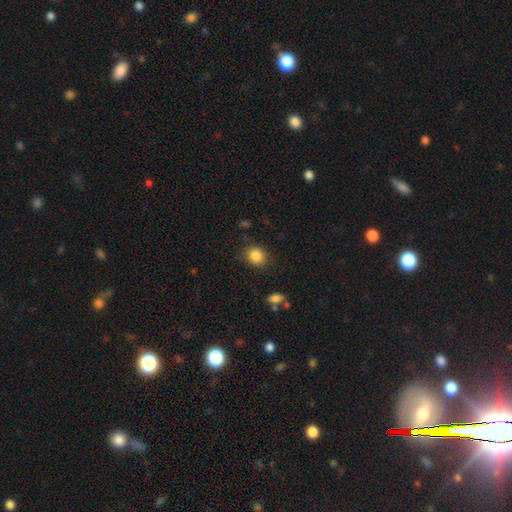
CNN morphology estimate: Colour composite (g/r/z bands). It shows a smooth galaxy with no disk features (86%) that is round (63%). Merging: none (82%).